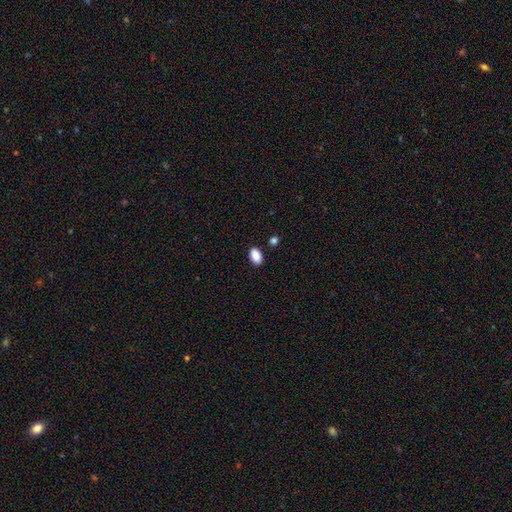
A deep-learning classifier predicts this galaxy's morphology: A smooth galaxy with no disk features (88%) that is in between round and cigar-shaped (89%). Merging: none (86%).